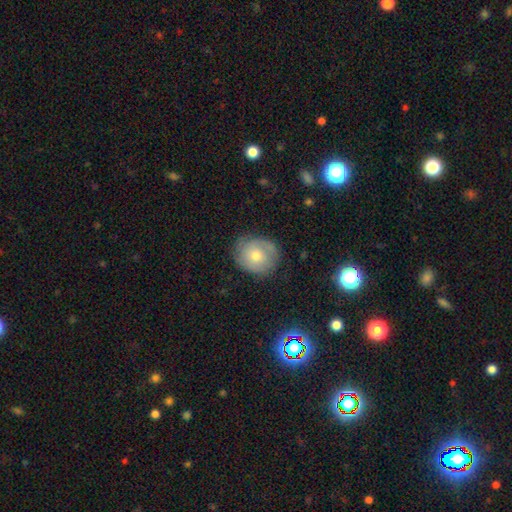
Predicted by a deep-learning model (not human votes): Smooth or featured: featured or disk — 48% (smooth — 42%)
Merging: none — 75% (minor disturbance — 18%)